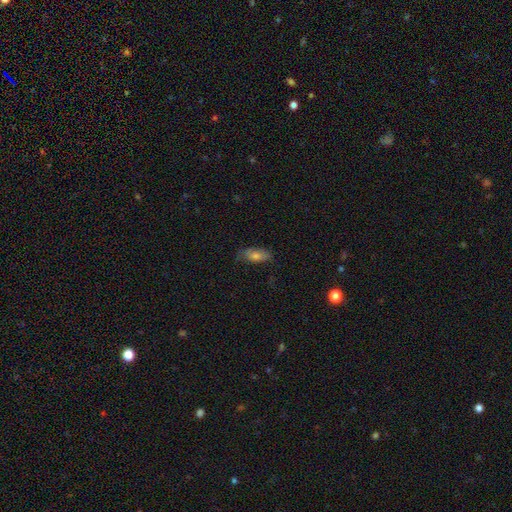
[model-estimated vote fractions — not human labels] Overall: smooth (68%). How rounded: in between (77%). Merging: none (72%).